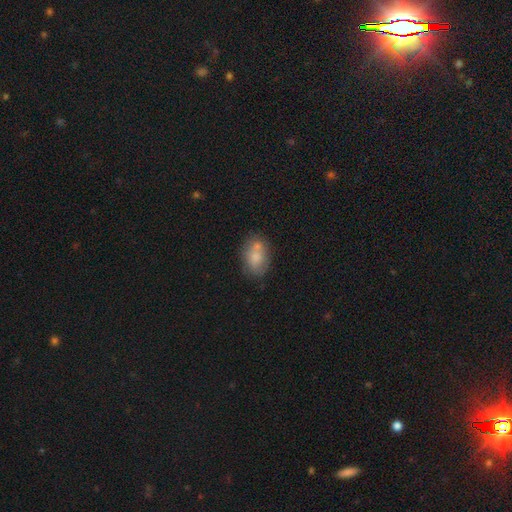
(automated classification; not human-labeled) Smooth or featured: smooth — 69% (featured or disk — 22%)
How rounded: in between — 80% (round — 19%)
Merging: none — 51% (merger — 24%)